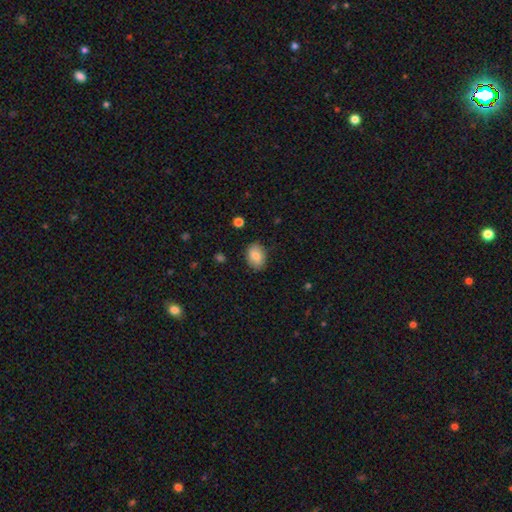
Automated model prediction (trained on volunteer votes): Smooth or featured? Predicted: smooth (p=0.82). How rounded? Predicted: in between (p=0.76). Merging? Predicted: none (p=0.83).